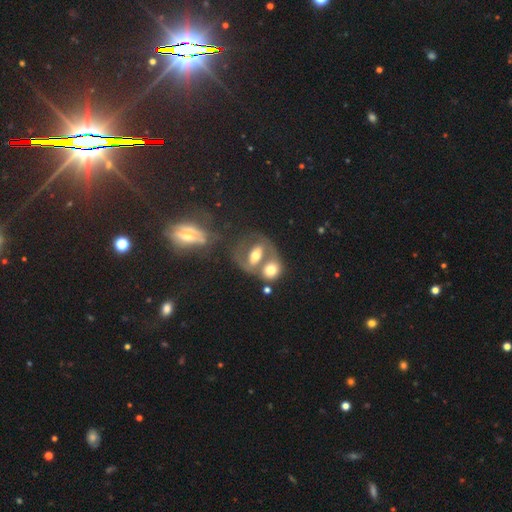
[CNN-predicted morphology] Q: Smooth or featured?
A: featured or disk (52%); runner-up: smooth (39%)
Q: Edge-on disk?
A: no (91%); runner-up: yes (9%)
Q: Merging?
A: merger (58%); runner-up: none (24%)